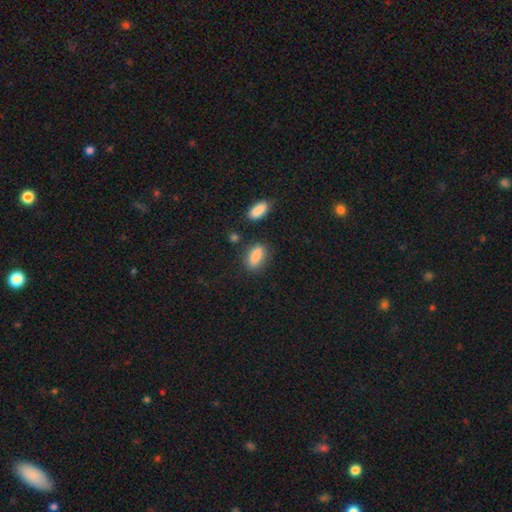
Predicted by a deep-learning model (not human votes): smooth-or-featured: smooth: 85% | star or artifact: 8% | featured or disk: 7%
  how-rounded: in between: 75% | cigar-shaped: 19% | round: 5%
  merging: none: 76% | minor disturbance: 14% | merger: 5% | major disturbance: 4%